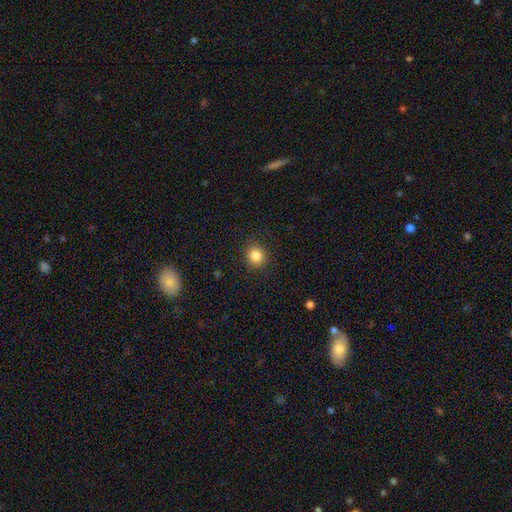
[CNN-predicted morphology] smooth_or_featured: smooth (p=0.84) [alt: star or artifact p=0.12]
how_rounded: round (p=0.88) [alt: in between p=0.11]
merging: none (p=0.89) [alt: minor disturbance p=0.07]